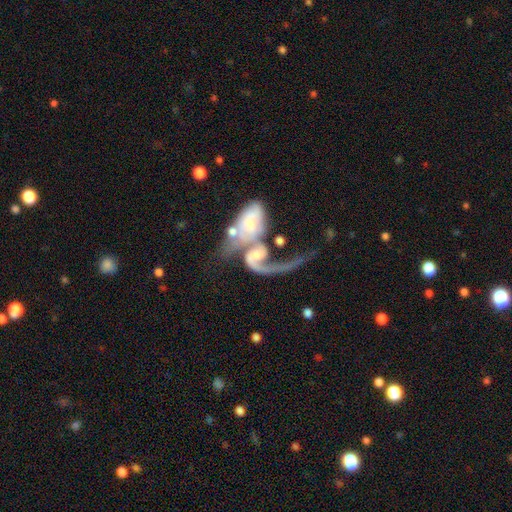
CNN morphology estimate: Overall: featured or disk (78%). Edge-on disk: no (96%). Bar: no (49%; weak 36%). Spiral arms: yes (89%). Spiral arm count: 1 (52%; 2 38%). Spiral winding: loose (66%). Bulge size: moderate (41%; small 35%). Merging: merger (66%).